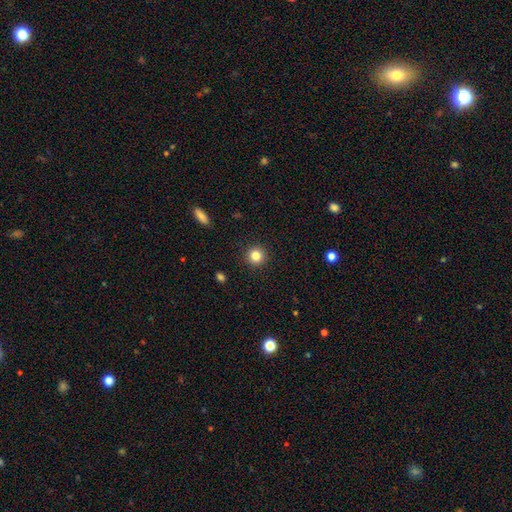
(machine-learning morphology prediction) A smooth galaxy with no disk features (83%) that is round (95%). Merging: none (92%).